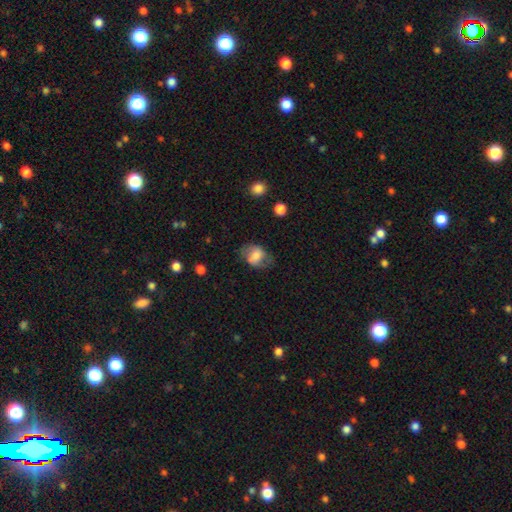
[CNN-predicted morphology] Smooth or featured: smooth — 53% (featured or disk — 39%)
How rounded: in between — 66% (round — 32%)
Merging: none — 59% (minor disturbance — 25%)